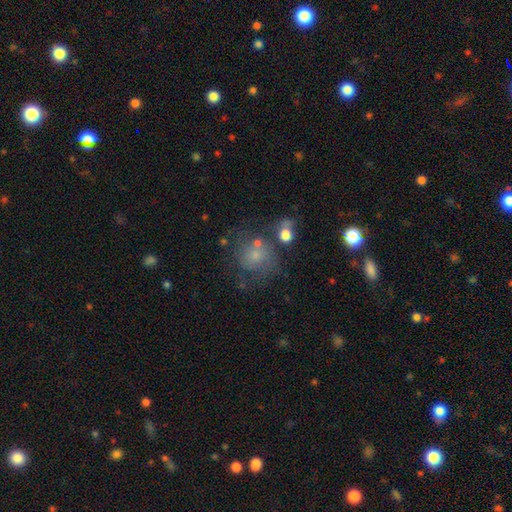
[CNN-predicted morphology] A smooth galaxy with no disk features (53%) that is round (80%). Merging: none (54%).